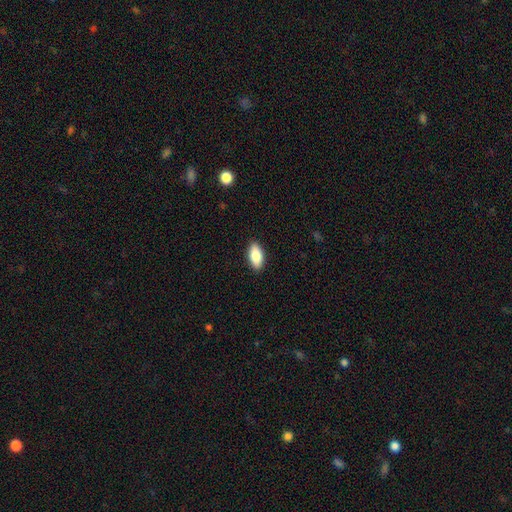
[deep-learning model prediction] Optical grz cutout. It shows a smooth galaxy with no disk features (85%) that is in between round and cigar-shaped (90%). Merging: none (90%).